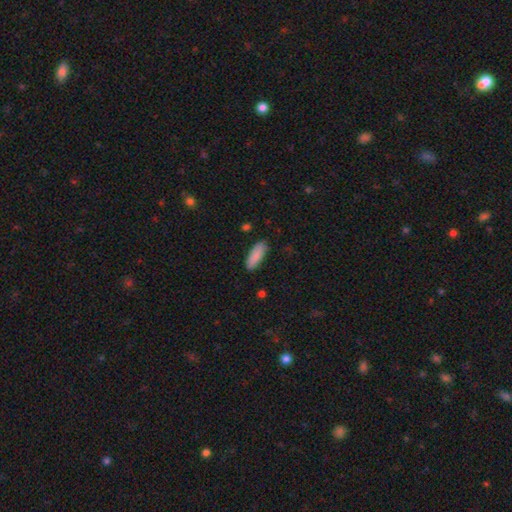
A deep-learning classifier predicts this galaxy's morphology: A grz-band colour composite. It shows a smooth galaxy with no disk features (88%) that is in between round and cigar-shaped (67%). Merging: none (84%).